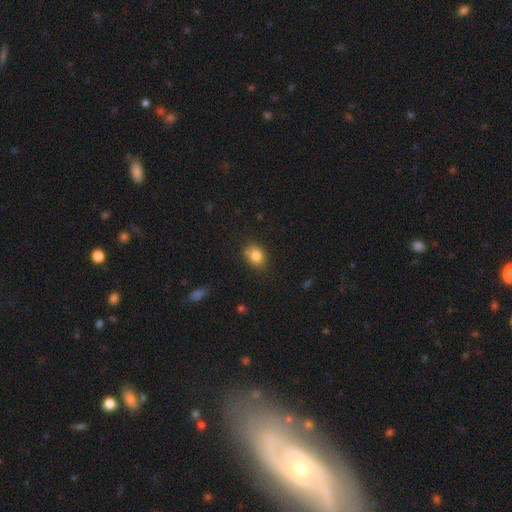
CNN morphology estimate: This is clearly a smooth galaxy (83%). How rounded: possibly in between (55%). Merging: likely none (78%).